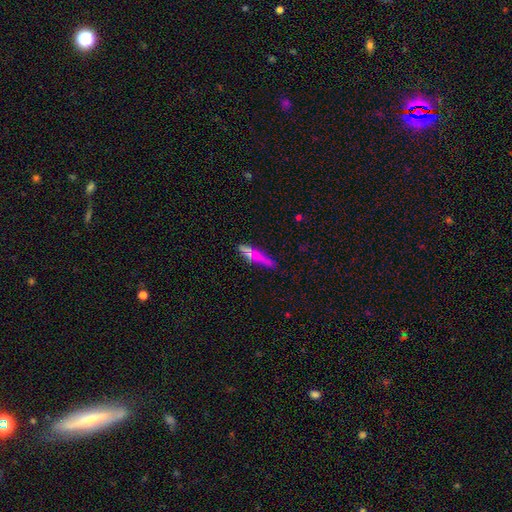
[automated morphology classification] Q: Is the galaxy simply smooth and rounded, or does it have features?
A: smooth — 58%.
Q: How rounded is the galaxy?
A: cigar-shaped — 79%.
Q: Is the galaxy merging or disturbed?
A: none — 76%.